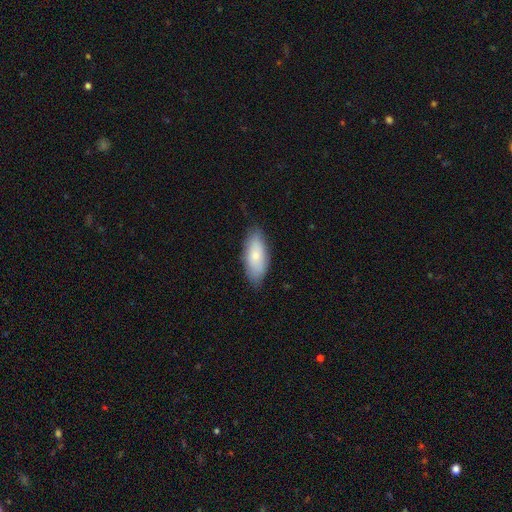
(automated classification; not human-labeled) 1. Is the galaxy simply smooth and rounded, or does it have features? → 78% smooth, 17% featured or disk, 6% star or artifact.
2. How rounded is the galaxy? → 81% in between, 16% cigar-shaped, 2% round.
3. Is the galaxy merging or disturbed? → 80% none, 17% minor disturbance, 3% major disturbance, 1% merger.